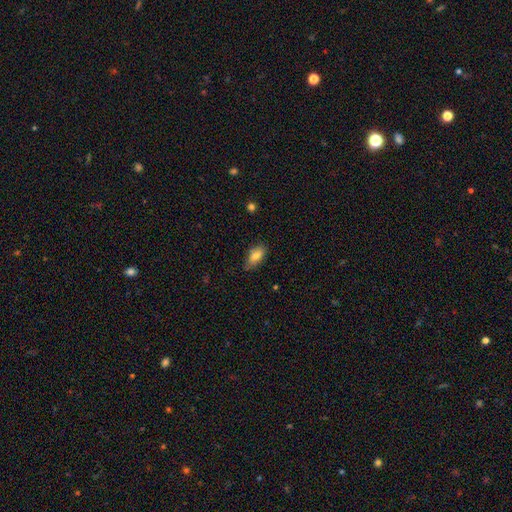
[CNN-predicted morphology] A smooth galaxy with no disk features (76%) that is in between round and cigar-shaped (84%).

Vote fractions:
- Smooth or featured? smooth: 76% / featured or disk: 16% / star or artifact: 8%
- How rounded? in between: 84% / cigar-shaped: 12% / round: 4%
- Merging? none: 70% / minor disturbance: 24% / major disturbance: 4% / merger: 2%